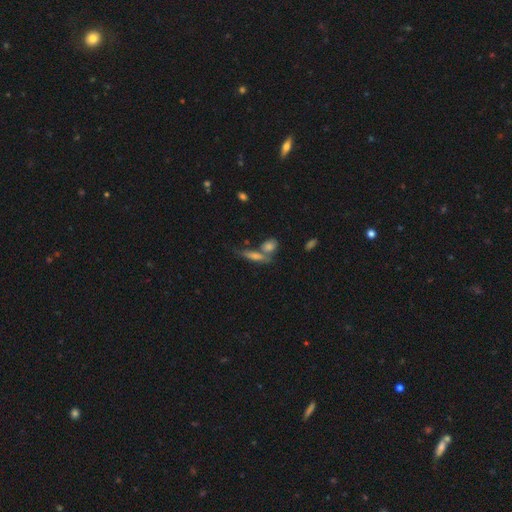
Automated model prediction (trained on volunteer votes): A smooth galaxy with no disk features (50%).

Vote fractions:
- Smooth or featured? smooth: 50% / featured or disk: 34% / star or artifact: 17%
- Merging? none: 51% / merger: 32% / minor disturbance: 11% / major disturbance: 6%